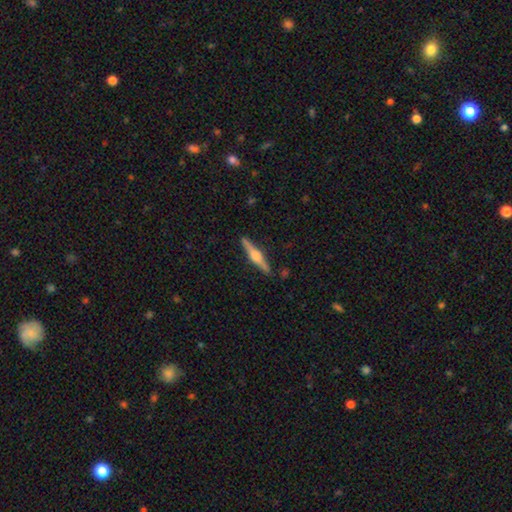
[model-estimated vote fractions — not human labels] This appears to be a featured or disk galaxy (73%) viewed edge-on (98%) with a rounded central bulge (90%). Merging: none (90%).